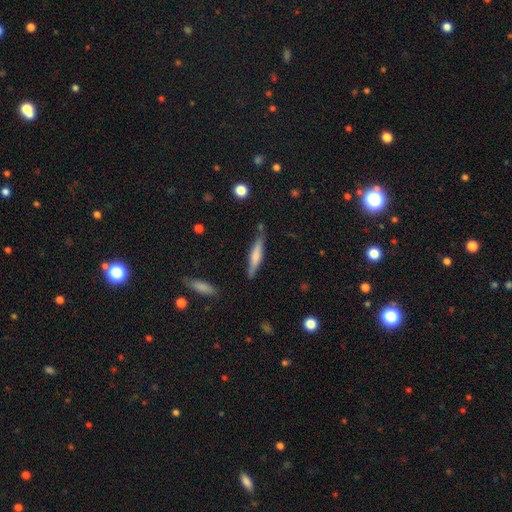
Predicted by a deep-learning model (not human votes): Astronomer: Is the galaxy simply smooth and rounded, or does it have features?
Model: smooth — 53% (runner-up: featured or disk, 41%).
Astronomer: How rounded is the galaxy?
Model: cigar-shaped — 86%.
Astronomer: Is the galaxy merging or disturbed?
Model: none — 79%.